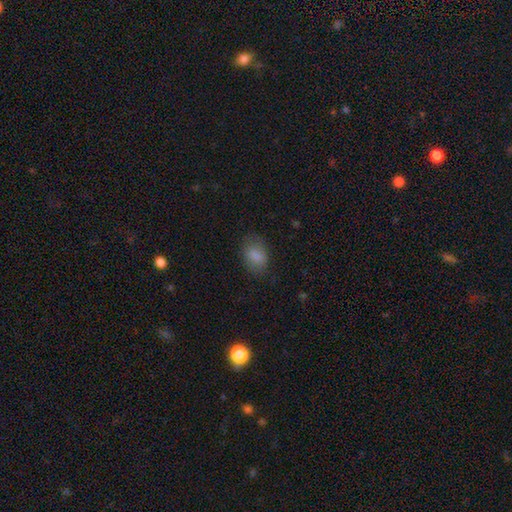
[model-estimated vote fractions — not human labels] Morphology: type=smooth (83%); roundness=in between (82%); merging=none (74%).